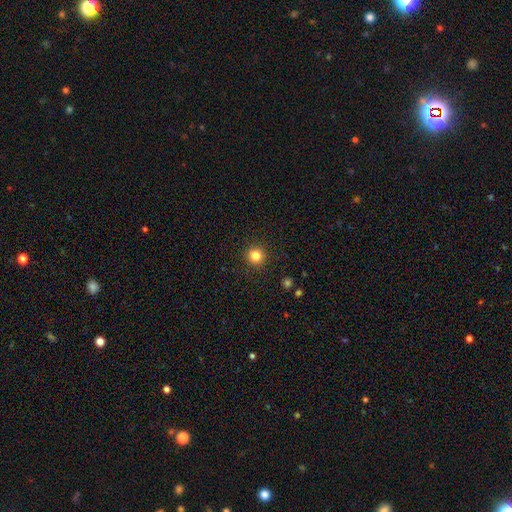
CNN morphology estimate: Smooth or featured? Predicted: smooth (p=0.83). How rounded? Predicted: round (p=0.94). Merging? Predicted: none (p=0.92).